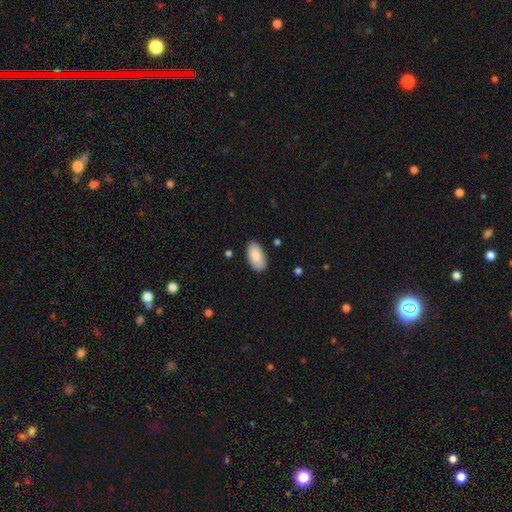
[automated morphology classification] The model was most divided on "merging": none: 86%, minor disturbance: 11%, major disturbance: 2%, merger: 1%. More confident: how rounded — in between (96%); smooth or featured — smooth (88%).